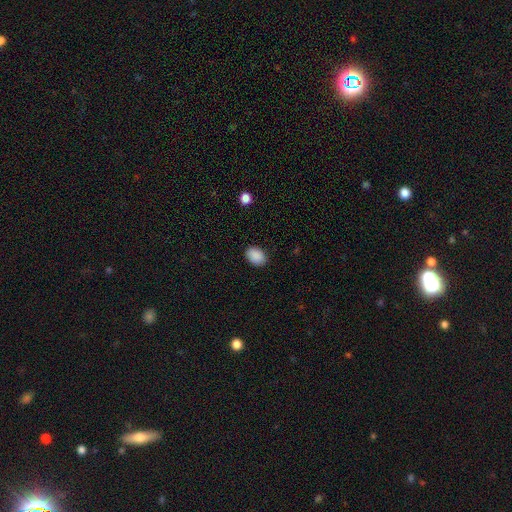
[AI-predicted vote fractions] Q: Smooth or featured?
A: smooth (89%); runner-up: star or artifact (8%)
Q: How rounded?
A: in between (78%); runner-up: round (21%)
Q: Merging?
A: none (88%); runner-up: minor disturbance (9%)